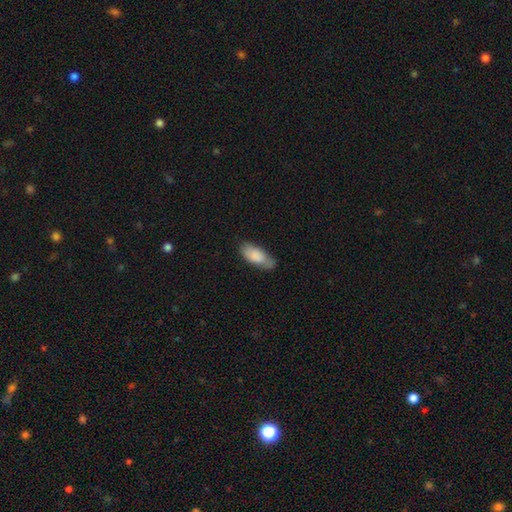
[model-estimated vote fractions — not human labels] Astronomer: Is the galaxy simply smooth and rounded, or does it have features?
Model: smooth — 81%.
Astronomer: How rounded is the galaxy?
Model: in between — 82%.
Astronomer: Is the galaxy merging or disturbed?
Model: none — 64%.